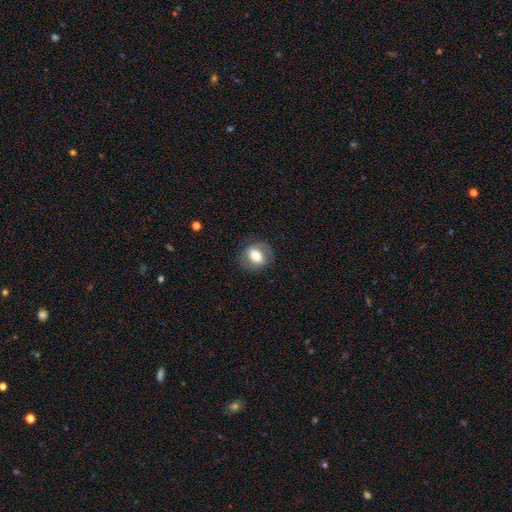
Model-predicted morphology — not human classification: Smooth or featured?
  - smooth: 60% *
  - featured or disk: 32%
  - star or artifact: 8%
How rounded?
  - in between: 51% *
  - round: 48%
  - cigar-shaped: 1%
Merging?
  - none: 79% *
  - minor disturbance: 13%
  - major disturbance: 6%
  - merger: 1%